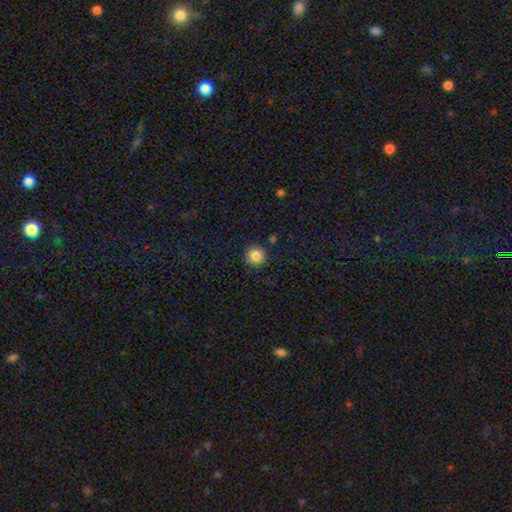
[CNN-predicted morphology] The model was most divided on "smooth or featured": smooth: 86%, star or artifact: 10%, featured or disk: 5%. More confident: how rounded — round (95%); merging — none (90%).